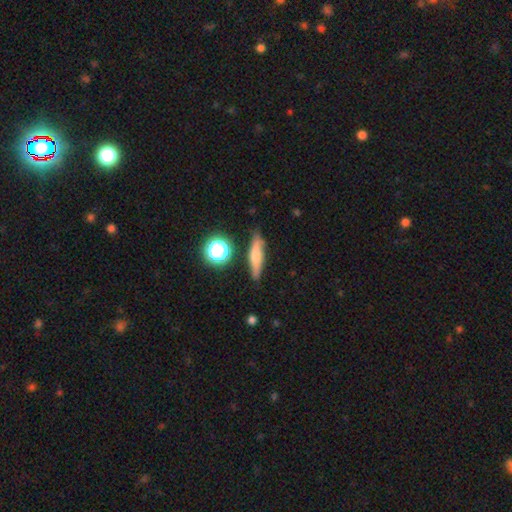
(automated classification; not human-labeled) This is possibly a smooth galaxy (54%). How rounded: likely cigar-shaped (70%). Merging: likely none (80%).